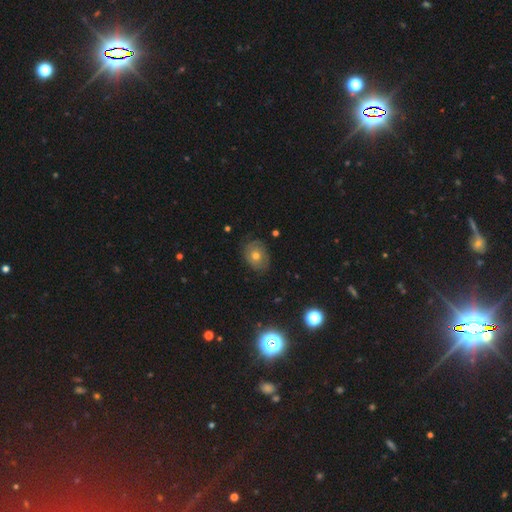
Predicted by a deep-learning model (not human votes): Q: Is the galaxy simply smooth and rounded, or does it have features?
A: smooth — 47%.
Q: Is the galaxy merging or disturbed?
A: none — 77%.